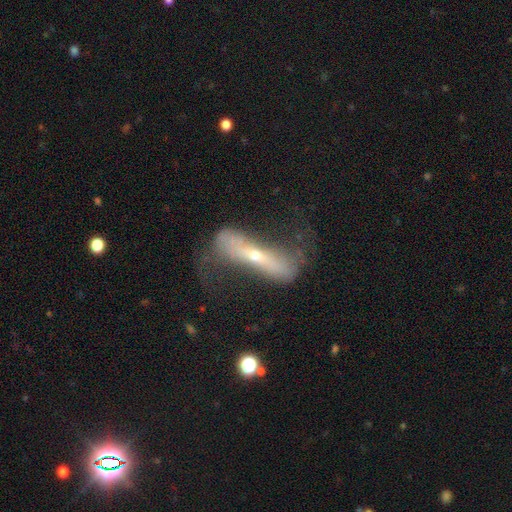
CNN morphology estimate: This appears to be a featured or disk galaxy (72%). Merging: none (44%).